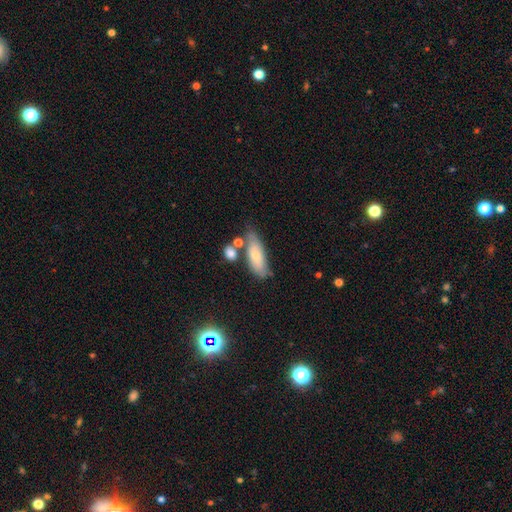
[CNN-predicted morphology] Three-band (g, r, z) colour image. It shows a smooth galaxy with no disk features (70%) that is in between round and cigar-shaped (68%). Merging: none (55%).